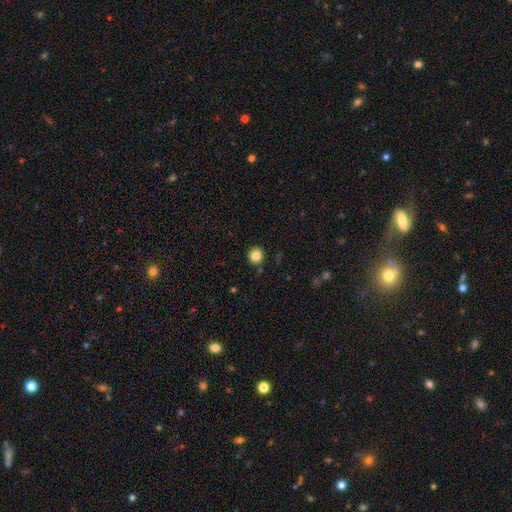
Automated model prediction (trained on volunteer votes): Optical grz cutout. It shows a smooth galaxy with no disk features (84%) that is round (93%). Merging: none (90%).